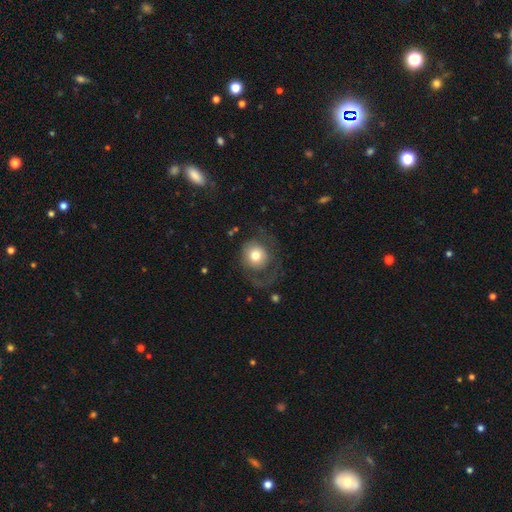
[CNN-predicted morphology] type=smooth (59%); roundness=round (79%); merging=none (43%).